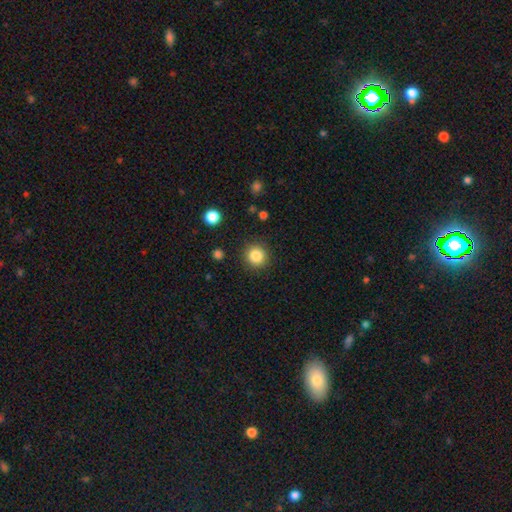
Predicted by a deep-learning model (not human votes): smooth 84%, star or artifact 11%, featured or disk 5%. Down the decision tree: how rounded — round (93%); merging — none (90%).